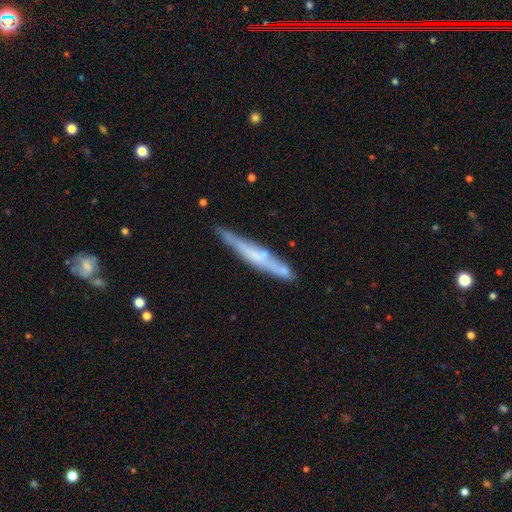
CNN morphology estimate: Q: Smooth or featured?
A: featured or disk (54%); runner-up: smooth (39%)
Q: Edge-on disk?
A: yes (89%); runner-up: no (11%)
Q: Merging?
A: none (74%); runner-up: minor disturbance (18%)